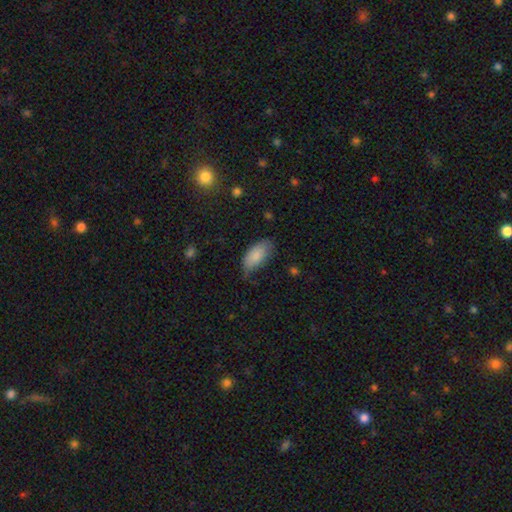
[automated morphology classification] smooth 86%, featured or disk 8%, star or artifact 6%. Down the decision tree: how rounded — in between (91%); merging — none (57%).